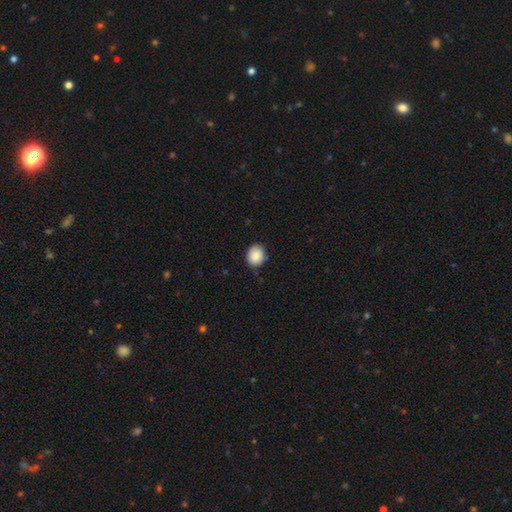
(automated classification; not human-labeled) Smooth or featured: smooth — 89% (star or artifact — 8%)
How rounded: round — 62% (in between — 37%)
Merging: none — 84% (minor disturbance — 12%)